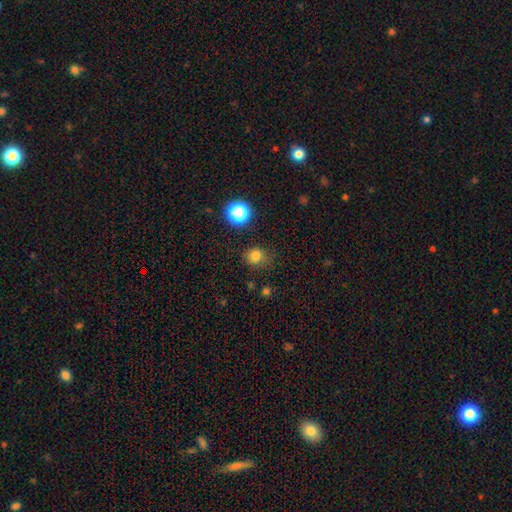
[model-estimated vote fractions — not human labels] A smooth galaxy with no disk features (78%) that is round (80%). Merging: none (76%).